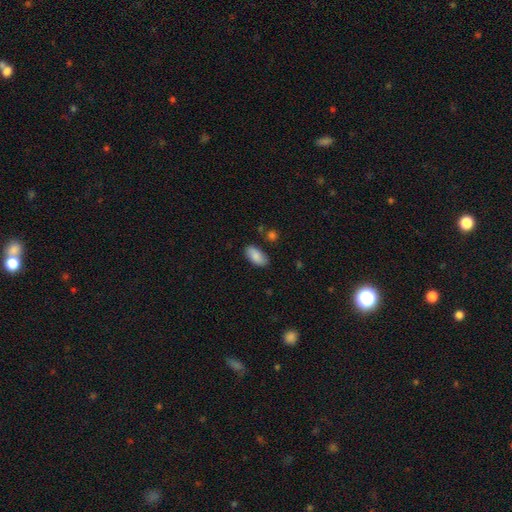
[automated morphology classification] A smooth galaxy with no disk features (85%) that is in between round and cigar-shaped (93%).

Vote fractions:
- Smooth or featured? smooth: 85% / featured or disk: 8% / star or artifact: 7%
- How rounded? in between: 93% / cigar-shaped: 5% / round: 3%
- Merging? none: 82% / minor disturbance: 13% / major disturbance: 3% / merger: 3%